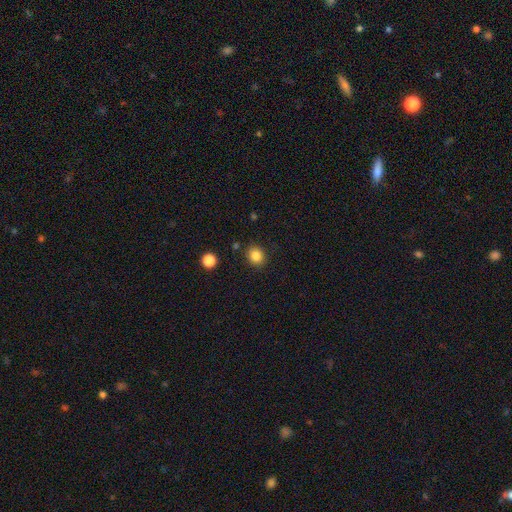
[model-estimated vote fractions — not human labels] This appears to be a smooth galaxy with no disk features (84%) that is round (76%). Merging: none (87%).